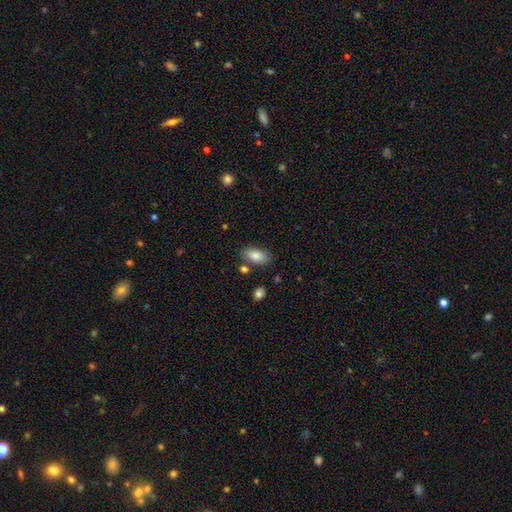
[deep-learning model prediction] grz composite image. It shows a smooth galaxy with no disk features (85%) that is in between round and cigar-shaped (91%). Merging: none (81%).